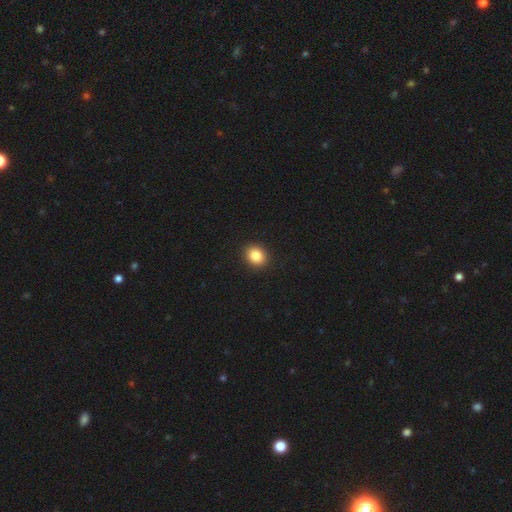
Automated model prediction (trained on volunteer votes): Smooth or featured? Predicted: smooth (p=0.84). How rounded? Predicted: round (p=0.69). Merging? Predicted: none (p=0.92).